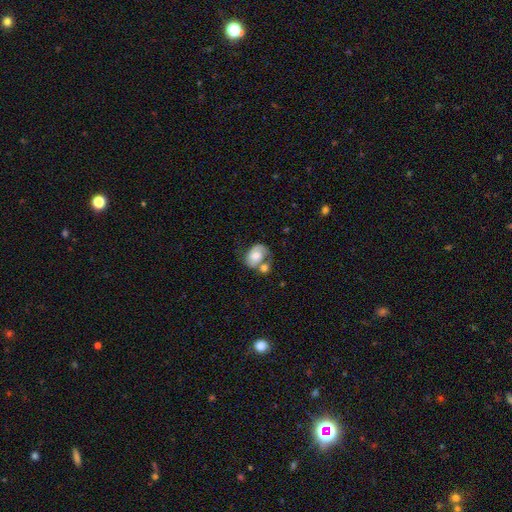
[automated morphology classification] The model was most divided on "merging": merger: 36%, none: 32%, minor disturbance: 19%, major disturbance: 12%. Remaining: smooth or featured — featured or disk (49%).